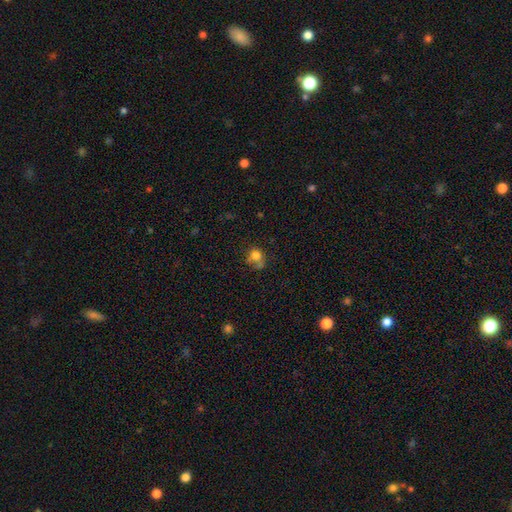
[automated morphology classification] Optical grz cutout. It shows a smooth galaxy with no disk features (77%) that is round (79%). Merging: none (49%).